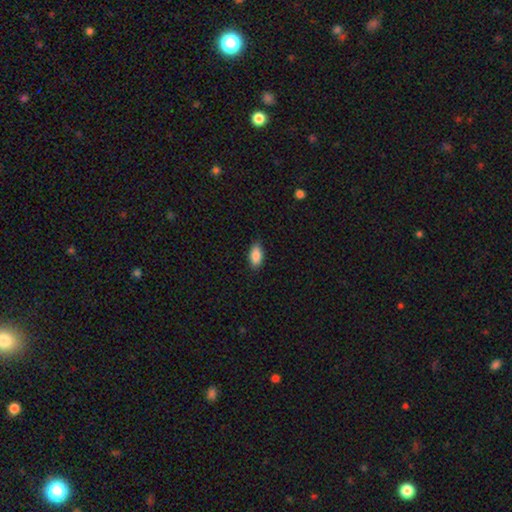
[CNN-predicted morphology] This is clearly a smooth galaxy (86%). How rounded: clearly in between (90%). Merging: clearly none (86%).